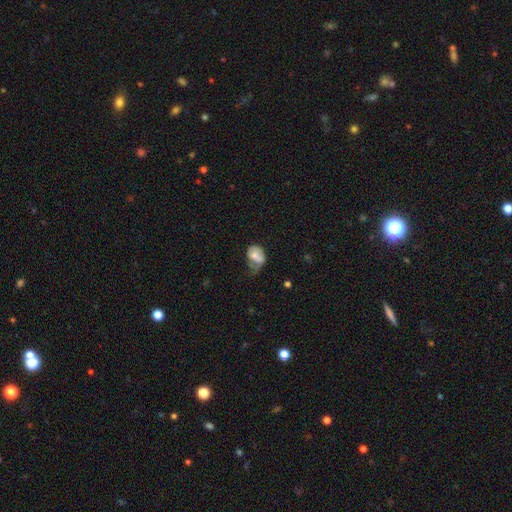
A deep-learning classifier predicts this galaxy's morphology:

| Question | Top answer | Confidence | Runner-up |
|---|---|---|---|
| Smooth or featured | smooth | 57% | featured or disk (36%) |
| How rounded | in between | 65% | round (34%) |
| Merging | major disturbance | 40% | minor disturbance (31%) |